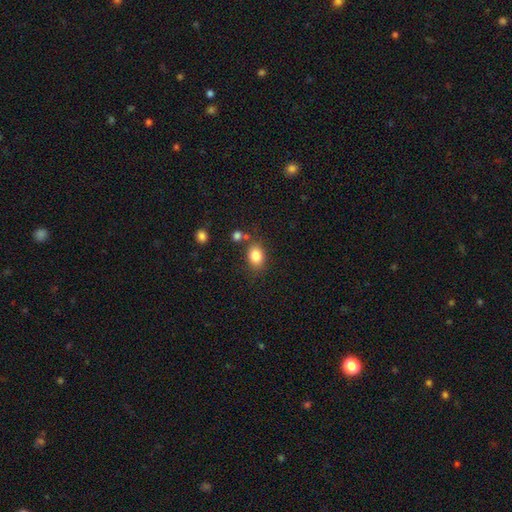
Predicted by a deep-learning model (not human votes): This is clearly a smooth galaxy (84%). How rounded: likely in between (70%). Merging: likely none (74%).